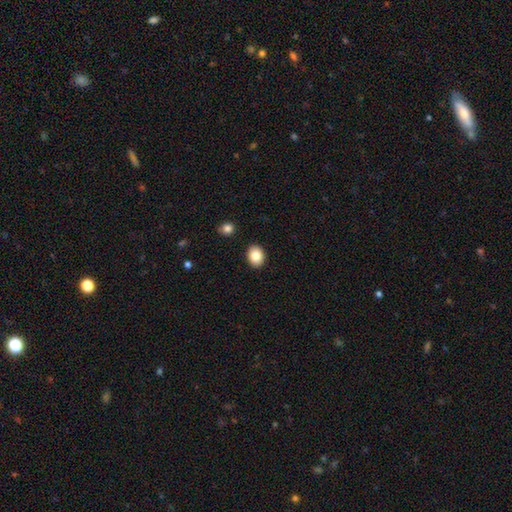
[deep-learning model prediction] Smooth or featured: smooth — 84% (star or artifact — 8%)
How rounded: in between — 58% (round — 41%)
Merging: none — 90% (minor disturbance — 7%)